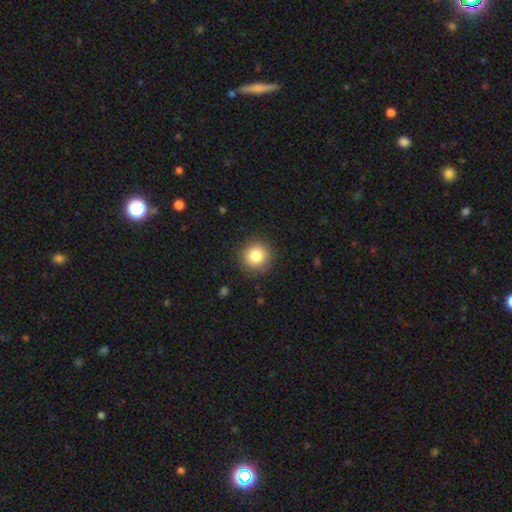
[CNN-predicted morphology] Overall: smooth (83%). How rounded: round (93%). Merging: none (88%).